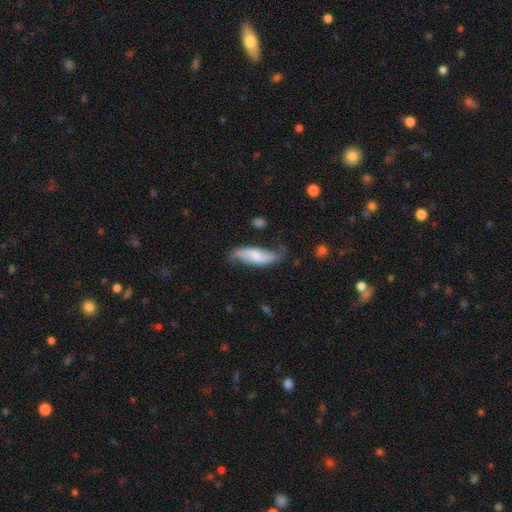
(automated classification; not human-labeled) This appears to be a featured or disk galaxy (50%). Merging: none (57%).